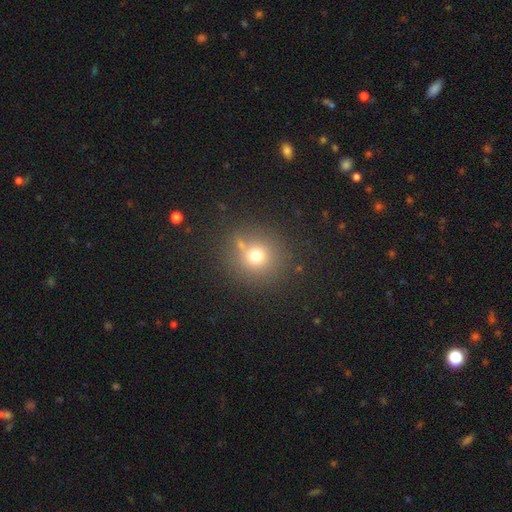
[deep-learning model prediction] Morphology: type=smooth (69%); roundness=round (92%); merging=none (76%).